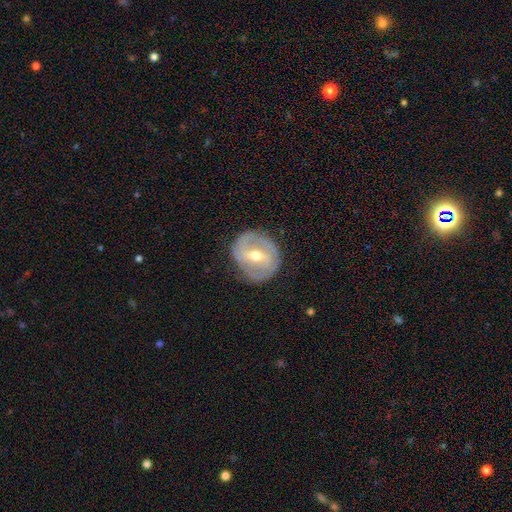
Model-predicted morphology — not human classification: A featured or disk galaxy (76%) with a weak bar (45%), 2 (65%) tight (54%) spiral arms (77%) and a moderate central bulge (69%).

Vote fractions:
- Smooth or featured? featured or disk: 76% / smooth: 18% / star or artifact: 6%
- Edge-on disk? no: 96% / yes: 4%
- Bar? weak: 45% / strong: 36% / no: 18%
- Spiral arms? yes: 77% / no: 23%
- Spiral winding? tight: 54% / medium: 34% / loose: 12%
- Spiral arm count? 2: 65% / can't tell: 20% / 3: 7% / 1: 4% / 4: 2% / more than 4: 2%
- Bulge size? moderate: 69% / small: 26% / large: 3% / none: 1% / dominant: 1%
- Merging? none: 79% / minor disturbance: 15% / major disturbance: 5% / merger: 1%